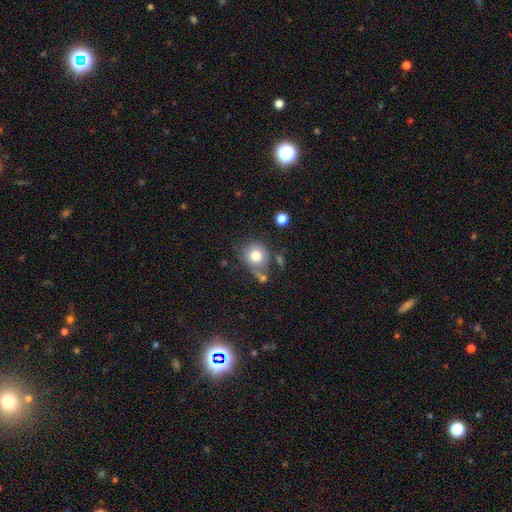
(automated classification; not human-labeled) Morphology: type=smooth (80%); roundness=round (82%); merging=none (54%).